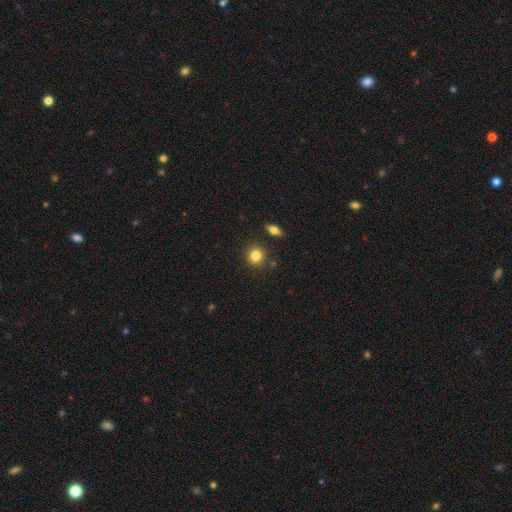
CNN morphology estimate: A smooth galaxy with no disk features (83%) that is round (83%). Merging: none (85%).